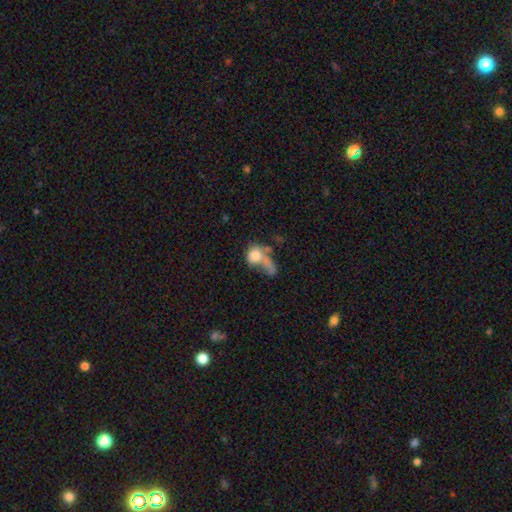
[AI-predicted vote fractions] Smooth or featured: smooth — 69% (featured or disk — 21%)
How rounded: round — 50% (in between — 47%)
Merging: merger — 40% (major disturbance — 30%)